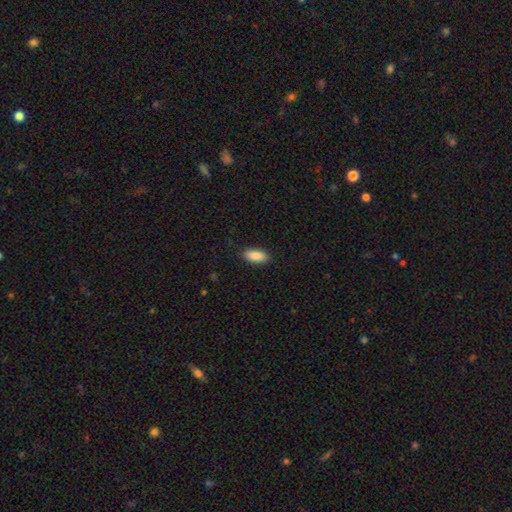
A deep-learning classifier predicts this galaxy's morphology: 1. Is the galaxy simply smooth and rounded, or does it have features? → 89% smooth, 6% star or artifact, 4% featured or disk.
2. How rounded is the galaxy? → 90% in between, 8% cigar-shaped, 2% round.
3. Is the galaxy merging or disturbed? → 88% none, 9% minor disturbance, 2% major disturbance, 1% merger.